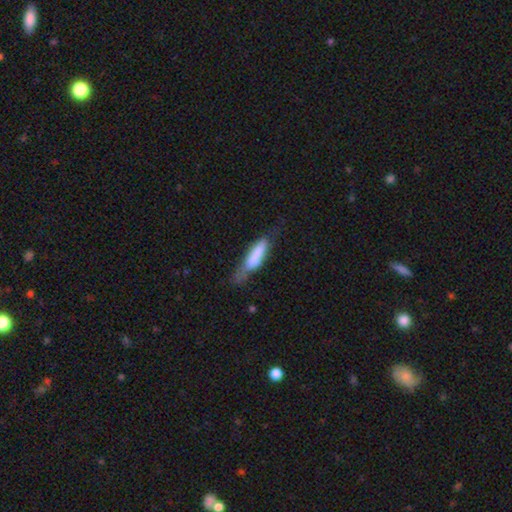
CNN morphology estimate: smooth_or_featured: smooth (p=0.69) [alt: featured or disk p=0.24]
how_rounded: cigar-shaped (p=0.70) [alt: in between p=0.28]
merging: none (p=0.38) [alt: minor disturbance p=0.34]